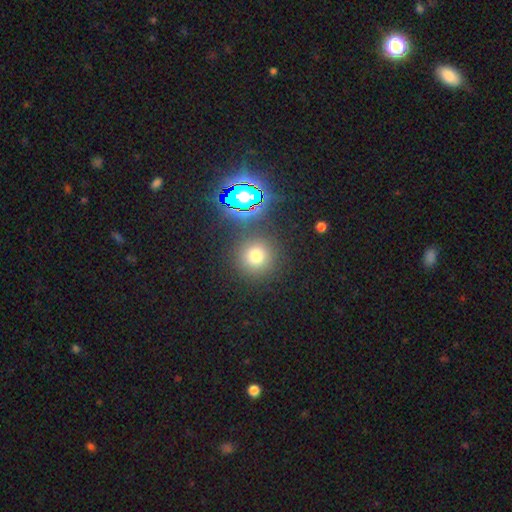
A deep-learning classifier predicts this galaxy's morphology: Smooth or featured?
  - smooth: 70% *
  - star or artifact: 23%
  - featured or disk: 7%
How rounded?
  - round: 94% *
  - in between: 5%
  - cigar-shaped: 1%
Merging?
  - none: 86% *
  - minor disturbance: 6%
  - merger: 4%
  - major disturbance: 3%